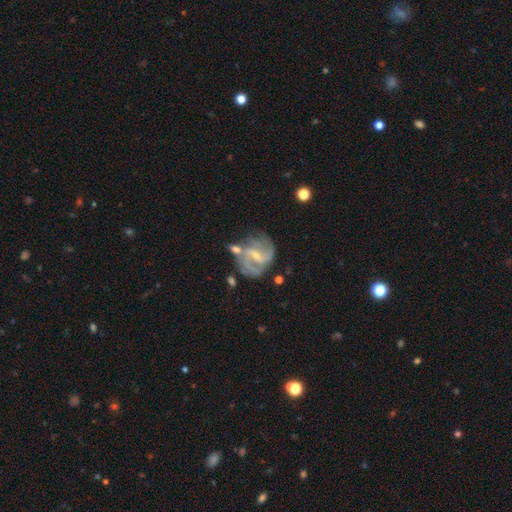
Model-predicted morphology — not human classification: This is clearly a featured or disk galaxy (85%). It is clearly not viewed edge-on (98%). Bar: possibly weak (54%). Spiral arm pattern: clearly yes (94%). Spiral arm count: possibly 2 (50%). Spiral winding: possibly medium (50%). Central bulge: likely small (64%). Merging: possibly none (53%).